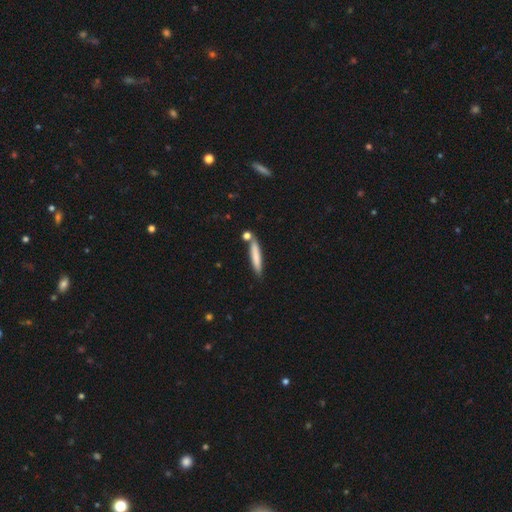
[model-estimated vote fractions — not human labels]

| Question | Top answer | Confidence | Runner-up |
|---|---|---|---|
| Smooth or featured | smooth | 75% | featured or disk (19%) |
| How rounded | cigar-shaped | 92% | in between (7%) |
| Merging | none | 75% | minor disturbance (12%) |